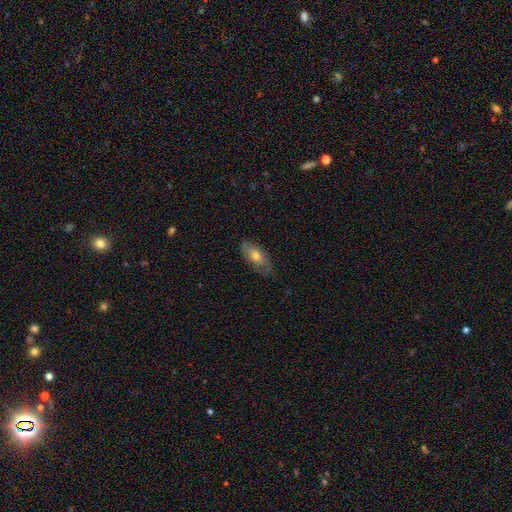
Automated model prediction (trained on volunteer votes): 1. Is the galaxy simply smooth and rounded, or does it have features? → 63% smooth, 31% featured or disk, 6% star or artifact.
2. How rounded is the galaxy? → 87% in between, 9% cigar-shaped, 4% round.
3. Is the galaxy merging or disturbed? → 70% none, 24% minor disturbance, 5% major disturbance, 1% merger.